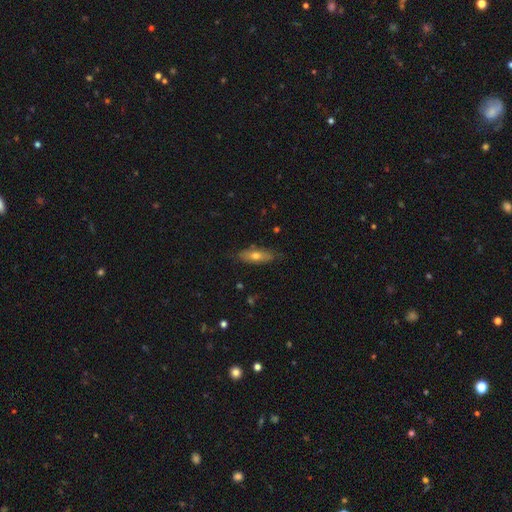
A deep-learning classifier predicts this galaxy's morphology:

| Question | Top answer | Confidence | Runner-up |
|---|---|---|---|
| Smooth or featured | smooth | 61% | featured or disk (32%) |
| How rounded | in between | 60% | cigar-shaped (37%) |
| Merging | none | 79% | minor disturbance (17%) |